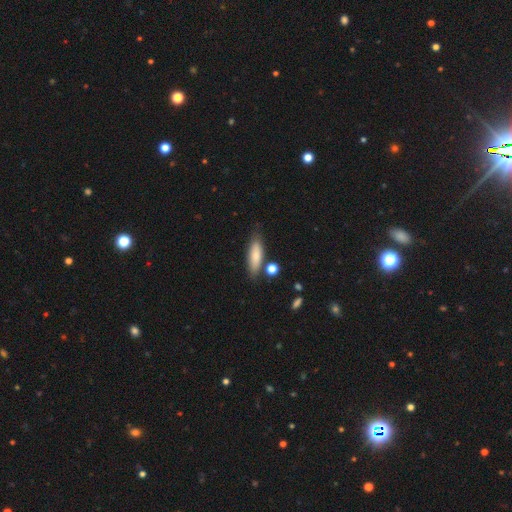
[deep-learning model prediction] smooth 81%, featured or disk 12%, star or artifact 6%. Down the decision tree: how rounded — cigar-shaped (49%, tied with in between); merging — none (77%).